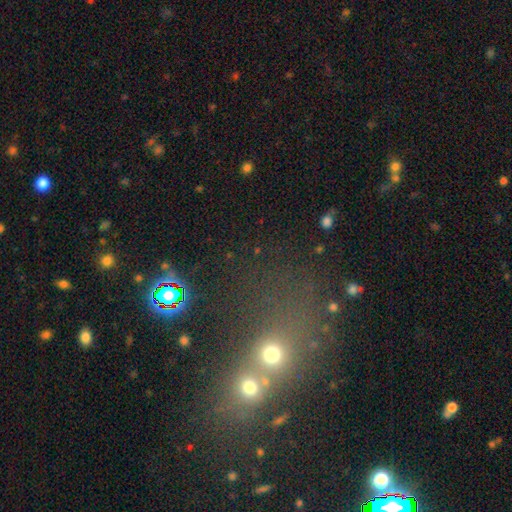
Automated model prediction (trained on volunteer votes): Smooth or featured: star or artifact — 45% (smooth — 39%)